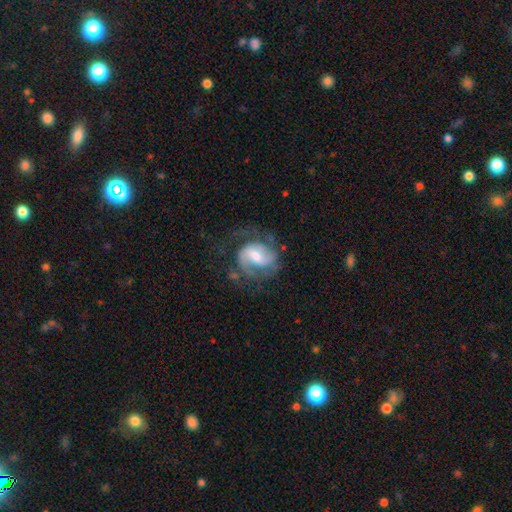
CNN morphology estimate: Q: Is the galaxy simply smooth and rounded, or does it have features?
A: featured or disk — 82%.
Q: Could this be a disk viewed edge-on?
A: no — 98%.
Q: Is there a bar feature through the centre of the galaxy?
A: weak — 52%.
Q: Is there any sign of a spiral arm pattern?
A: yes — 94%.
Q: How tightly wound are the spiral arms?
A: medium — 49%.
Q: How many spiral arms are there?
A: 2 — 73%.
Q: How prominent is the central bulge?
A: moderate — 51%.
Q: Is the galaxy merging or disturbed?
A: none — 55%.